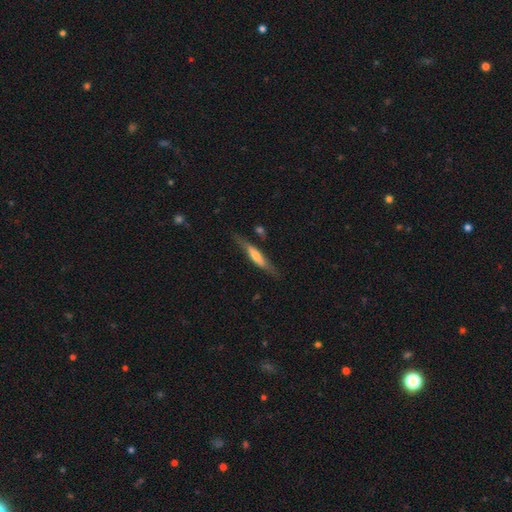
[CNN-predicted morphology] This is possibly a featured or disk galaxy (52%). It is clearly viewed edge-on (85%). Merging: likely none (73%).